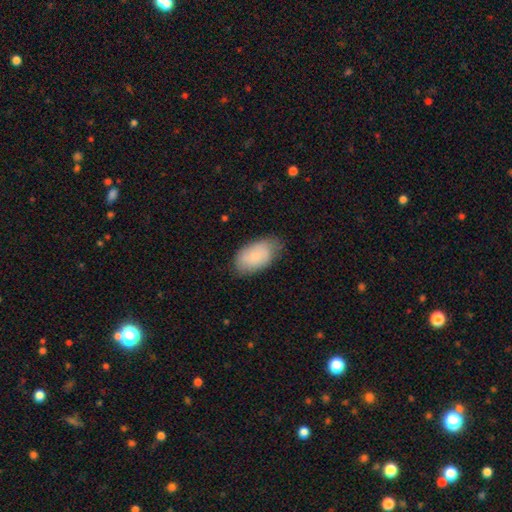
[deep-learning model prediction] Q: Smooth or featured?
A: smooth (80%); runner-up: featured or disk (14%)
Q: How rounded?
A: in between (94%); runner-up: round (4%)
Q: Merging?
A: none (69%); runner-up: minor disturbance (25%)